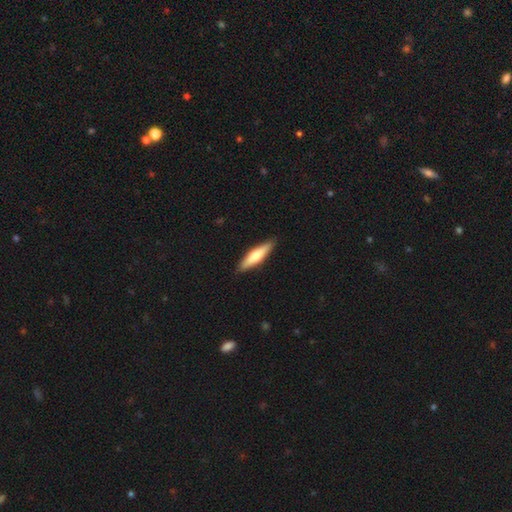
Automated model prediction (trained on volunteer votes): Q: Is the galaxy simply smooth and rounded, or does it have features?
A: smooth — 62%.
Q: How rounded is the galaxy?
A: cigar-shaped — 77%.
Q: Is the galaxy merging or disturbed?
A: none — 89%.